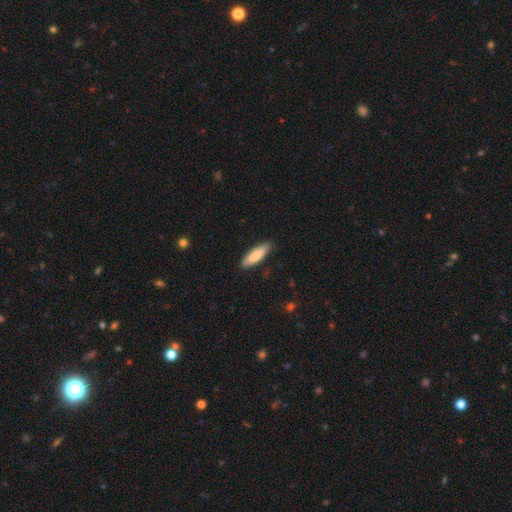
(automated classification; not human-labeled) smooth_or_featured: smooth (p=0.81) [alt: featured or disk p=0.13]
how_rounded: cigar-shaped (p=0.59) [alt: in between p=0.40]
merging: none (p=0.83) [alt: minor disturbance p=0.14]